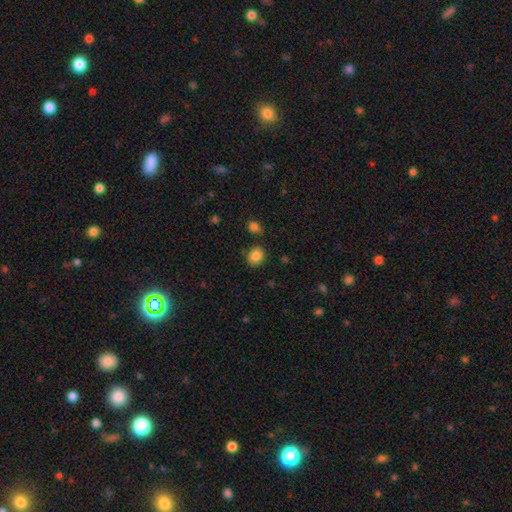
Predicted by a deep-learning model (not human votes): A smooth galaxy with no disk features (86%) that is round (55%). Merging: none (80%).